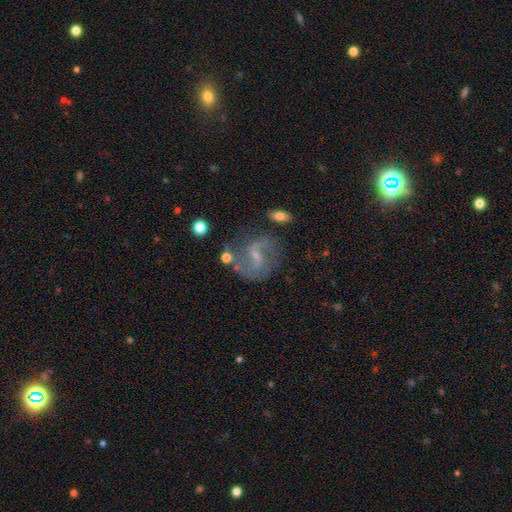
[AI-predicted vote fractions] Smooth or featured: featured or disk — 79% (smooth — 13%)
Edge-on disk: no — 97% (yes — 3%)
Bar: weak — 51% (no — 25%)
Spiral arms: yes — 90% (no — 10%)
Spiral winding: medium — 47% (loose — 39%)
Spiral arm count: 2 — 84% (can't tell — 8%)
Bulge size: small — 70% (moderate — 17%)
Merging: none — 63% (minor disturbance — 19%)